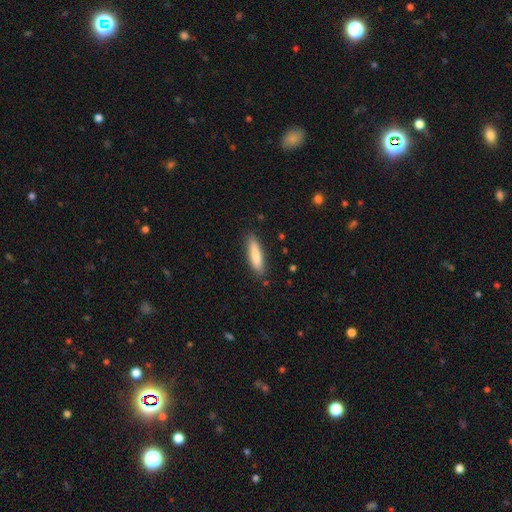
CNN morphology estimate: Smooth or featured? Predicted: smooth (p=0.82). How rounded? Predicted: cigar-shaped (p=0.74). Merging? Predicted: none (p=0.85).